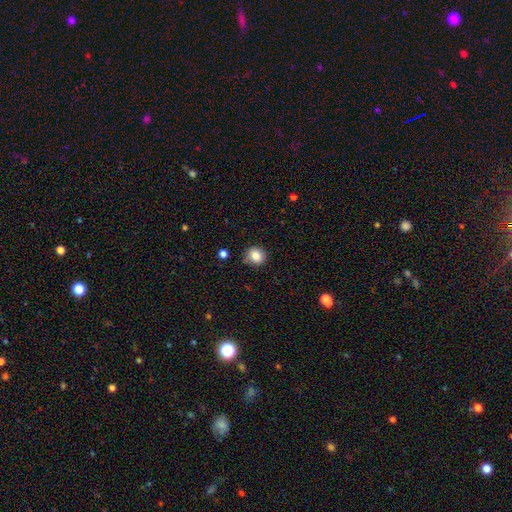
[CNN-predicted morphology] This is clearly a smooth galaxy (85%). How rounded: clearly round (81%). Merging: clearly none (81%).